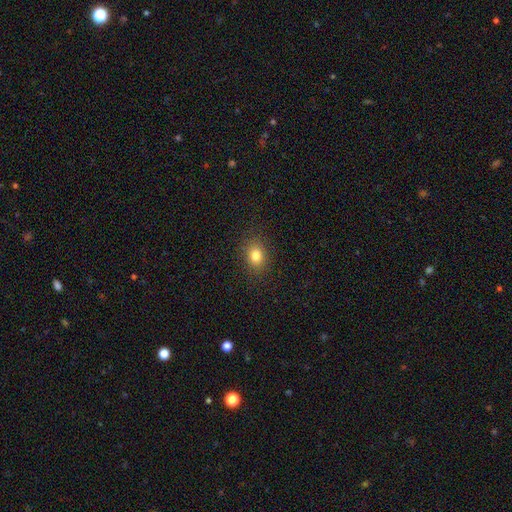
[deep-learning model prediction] This is clearly a smooth galaxy (81%). How rounded: possibly in between (58%). Merging: clearly none (87%).